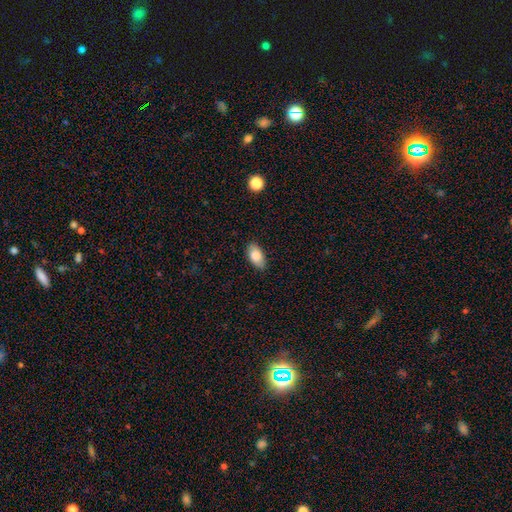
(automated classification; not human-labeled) Smooth or featured?
  - smooth: 85% *
  - featured or disk: 8%
  - star or artifact: 7%
How rounded?
  - in between: 93% *
  - round: 4%
  - cigar-shaped: 3%
Merging?
  - none: 85% *
  - minor disturbance: 12%
  - major disturbance: 2%
  - merger: 1%